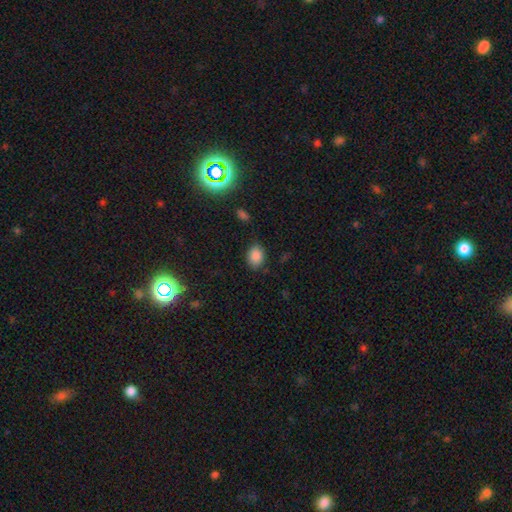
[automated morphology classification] Smooth or featured? Predicted: smooth (p=0.84). How rounded? Predicted: in between (p=0.70). Merging? Predicted: none (p=0.78).